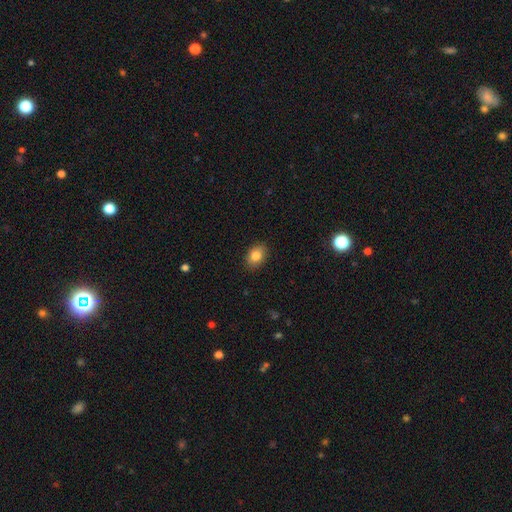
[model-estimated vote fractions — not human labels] This appears to be a smooth galaxy with no disk features (84%) that is in between round and cigar-shaped (76%). Merging: none (87%).